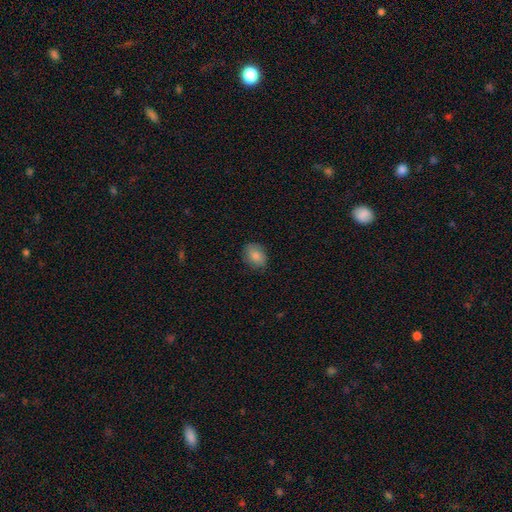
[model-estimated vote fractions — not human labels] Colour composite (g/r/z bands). It shows a smooth galaxy with no disk features (84%) that is in between round and cigar-shaped (67%). Merging: none (79%).